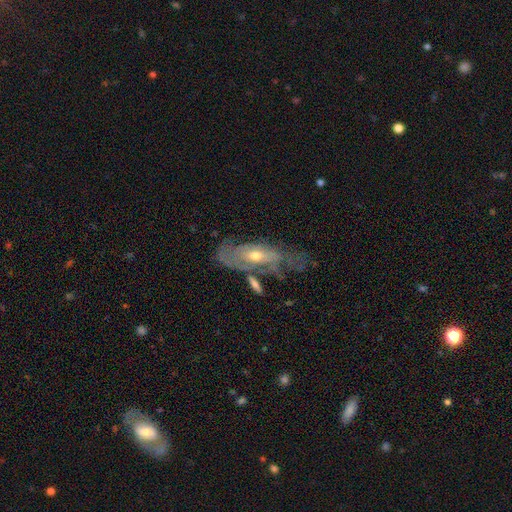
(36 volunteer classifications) Q: Smooth or featured?
A: featured or disk (67%); runner-up: smooth (31%)
Q: Edge-on disk?
A: no (88%); runner-up: yes (12%)
Q: Bar?
A: no (62%); runner-up: weak (38%)
Q: Spiral arms?
A: yes (81%); runner-up: no (19%)
Q: Spiral winding?
A: tight (53%); runner-up: medium (41%)
Q: Spiral arm count?
A: can't tell (59%); runner-up: 2 (18%)
Q: Bulge size?
A: moderate (71%); runner-up: small (29%)
Q: Merging?
A: none (54%); runner-up: minor disturbance (23%)